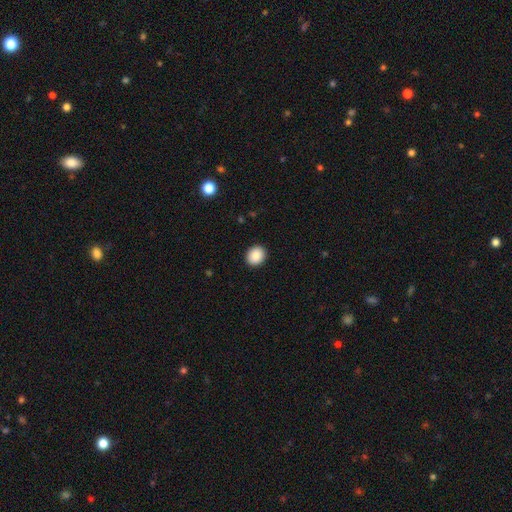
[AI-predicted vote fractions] smooth_or_featured: smooth (p=0.89) [alt: star or artifact p=0.08]
how_rounded: round (p=0.69) [alt: in between p=0.31]
merging: none (p=0.92) [alt: minor disturbance p=0.05]